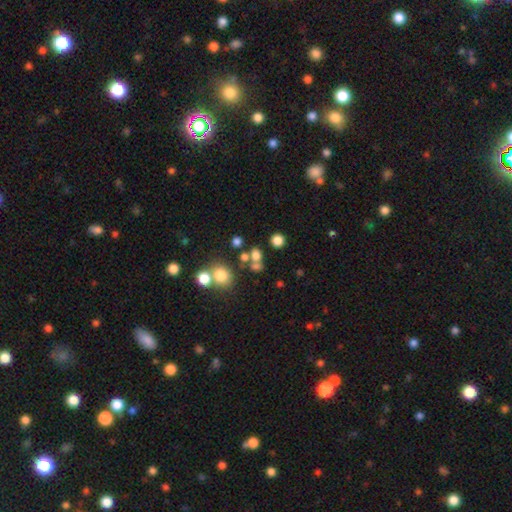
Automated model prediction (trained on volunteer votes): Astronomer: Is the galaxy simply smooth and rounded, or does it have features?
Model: smooth — 69%.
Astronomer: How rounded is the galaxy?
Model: round — 73%.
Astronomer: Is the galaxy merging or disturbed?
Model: none — 54% (runner-up: merger, 29%).